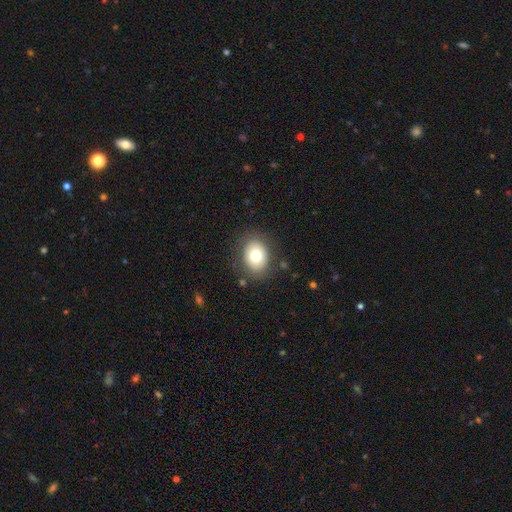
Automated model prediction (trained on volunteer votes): This appears to be a smooth galaxy with no disk features (76%) that is in between round and cigar-shaped (54%). Merging: none (84%).